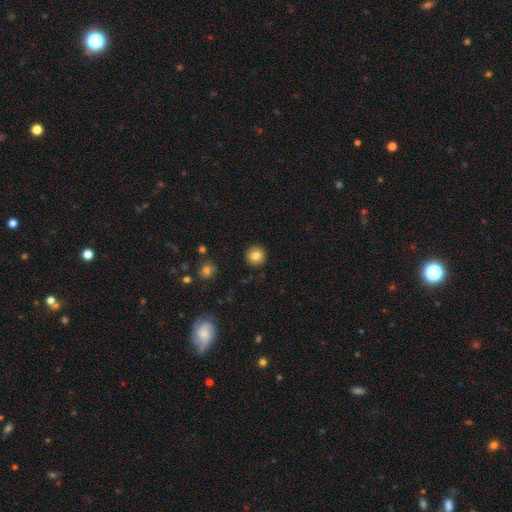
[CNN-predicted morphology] The model was most divided on "smooth or featured": smooth: 84%, star or artifact: 10%, featured or disk: 6%. More confident: how rounded — round (95%); merging — none (92%).